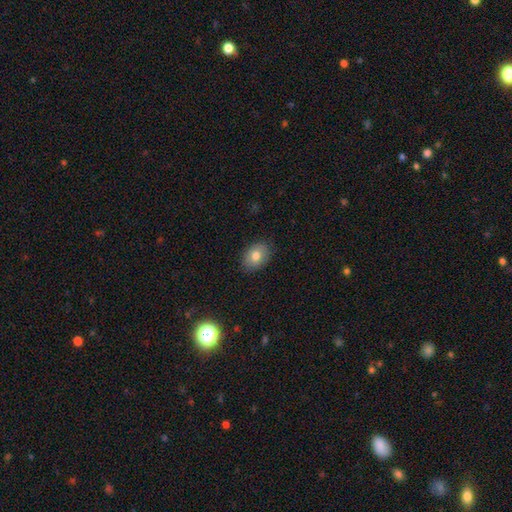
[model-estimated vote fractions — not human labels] Overall: smooth (78%). How rounded: in between (77%). Merging: none (87%).